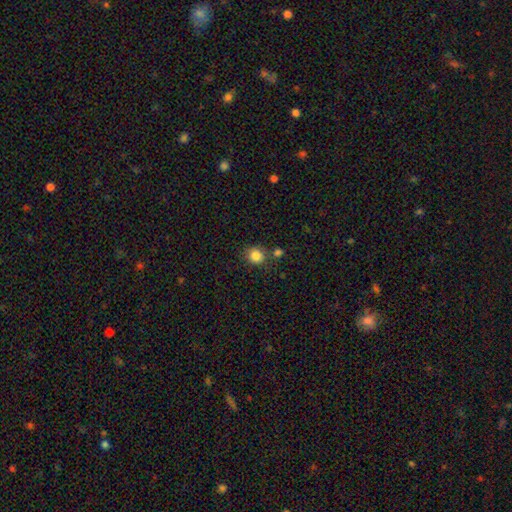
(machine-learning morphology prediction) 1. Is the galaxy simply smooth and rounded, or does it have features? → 85% smooth, 10% star or artifact, 5% featured or disk.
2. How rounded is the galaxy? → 83% round, 16% in between, 1% cigar-shaped.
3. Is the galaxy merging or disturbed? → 74% none, 12% merger, 11% minor disturbance, 4% major disturbance.